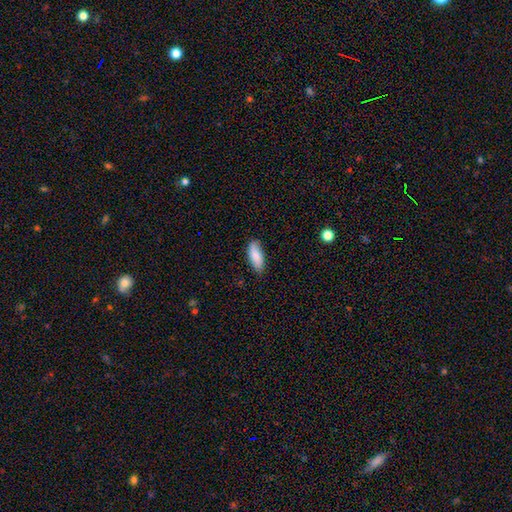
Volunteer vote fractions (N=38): smooth 92%, star or artifact 5%, featured or disk 3%. Down the decision tree: how rounded — in between (71%); merging — none (89%).